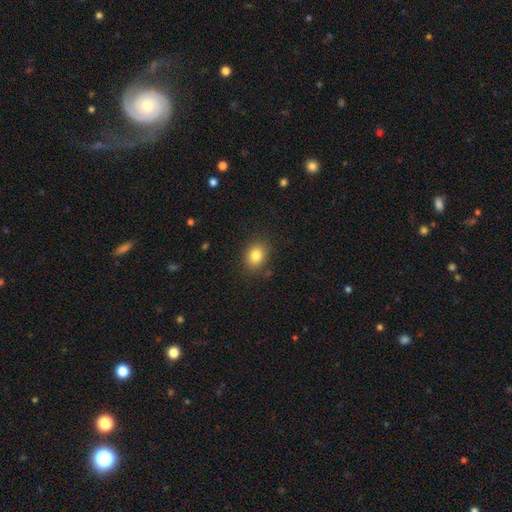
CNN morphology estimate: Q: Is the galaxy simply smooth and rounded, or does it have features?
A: smooth — 82%.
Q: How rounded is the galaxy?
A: in between — 54%.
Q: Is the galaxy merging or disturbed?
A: none — 84%.